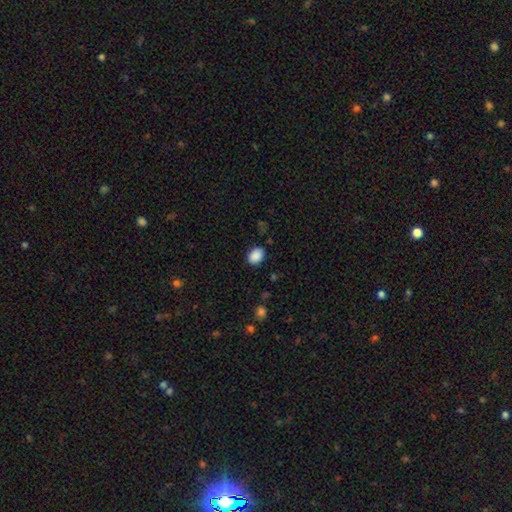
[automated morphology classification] A smooth galaxy with no disk features (89%) that is in between round and cigar-shaped (71%).

Vote fractions:
- Smooth or featured? smooth: 89% / star or artifact: 8% / featured or disk: 3%
- How rounded? in between: 71% / round: 28% / cigar-shaped: 1%
- Merging? none: 83% / minor disturbance: 12% / major disturbance: 3% / merger: 2%